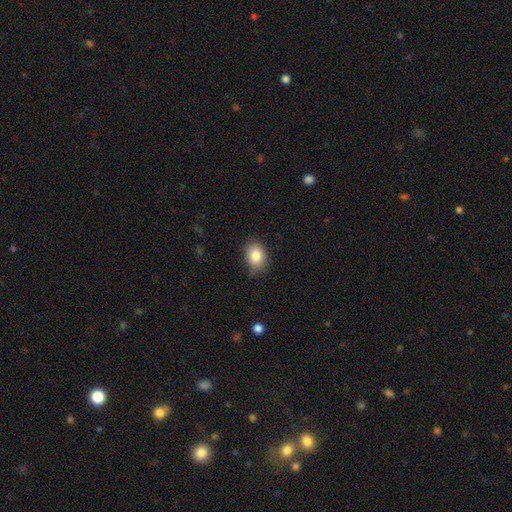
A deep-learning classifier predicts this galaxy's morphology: smooth_or_featured: smooth (p=0.83) [alt: star or artifact p=0.09]
how_rounded: in between (p=0.68) [alt: round p=0.31]
merging: none (p=0.71) [alt: minor disturbance p=0.23]